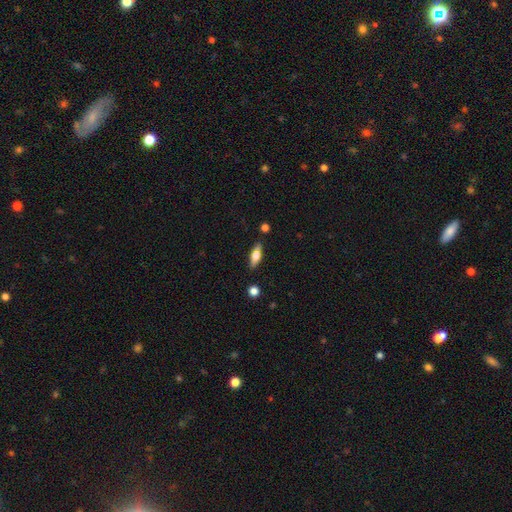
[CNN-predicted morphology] Overall: smooth (59%; featured or disk 34%). How rounded: in between (60%; cigar-shaped 37%). Merging: none (81%).